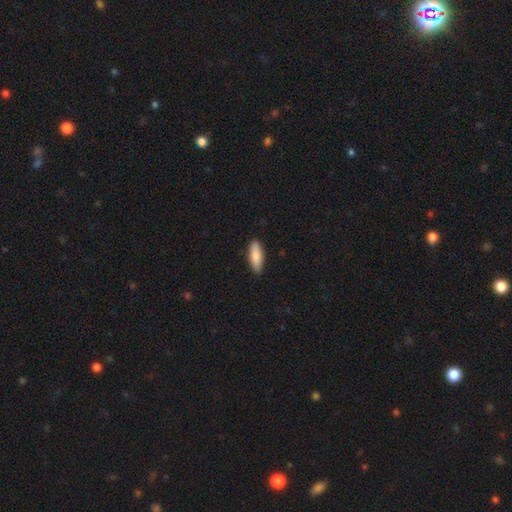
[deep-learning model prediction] A smooth galaxy with no disk features (85%) that is in between round and cigar-shaped (67%). Merging: none (88%).